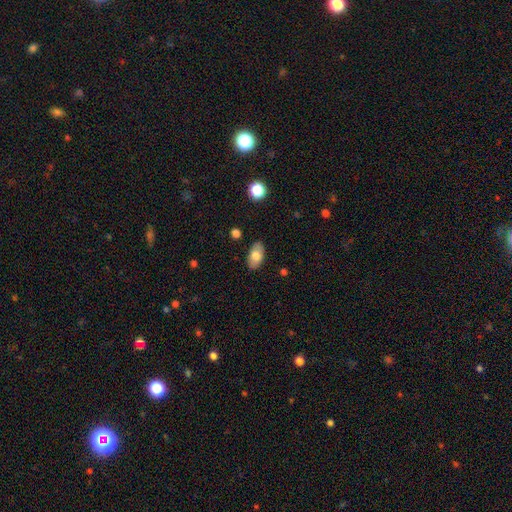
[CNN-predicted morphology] This appears to be a smooth galaxy with no disk features (74%) that is in between round and cigar-shaped (93%). Merging: none (85%).